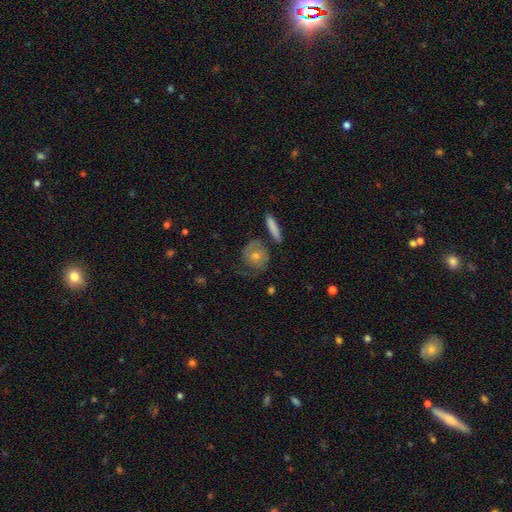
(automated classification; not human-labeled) smooth_or_featured: featured or disk (p=0.59) [alt: smooth p=0.32]
disk_edge_on: no (p=0.93) [alt: yes p=0.07]
bar: no (p=0.76) [alt: weak p=0.19]
has_spiral_arms: yes (p=0.79) [alt: no p=0.21]
bulge_size: moderate (p=0.47) [alt: small p=0.46]
merging: none (p=0.61) [alt: minor disturbance p=0.20]